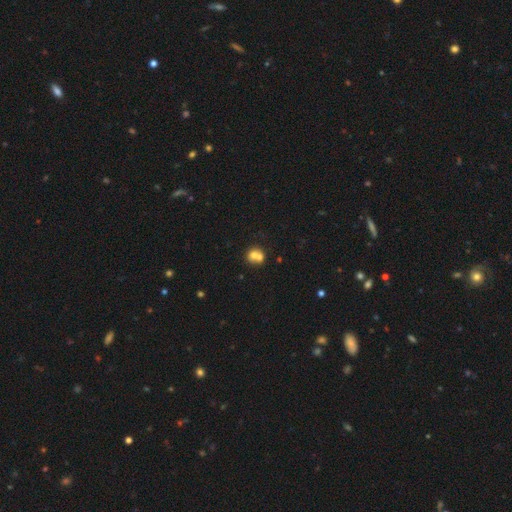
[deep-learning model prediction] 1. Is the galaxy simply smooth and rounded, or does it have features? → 68% smooth, 21% featured or disk, 11% star or artifact.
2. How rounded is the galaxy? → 74% round, 26% in between, 1% cigar-shaped.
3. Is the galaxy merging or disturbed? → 59% merger, 30% none, 7% minor disturbance, 3% major disturbance.